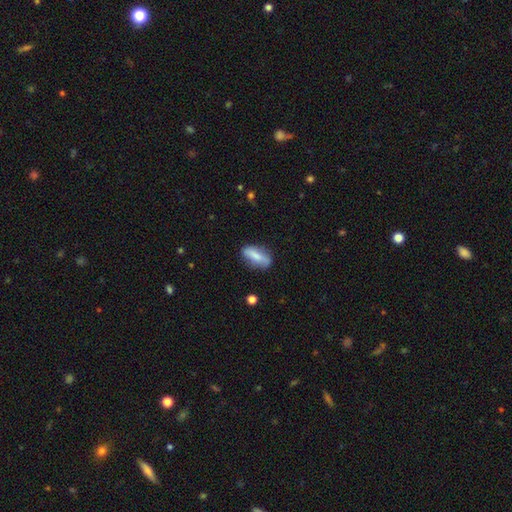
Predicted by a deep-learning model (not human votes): smooth 69%, featured or disk 24%, star or artifact 7%. Down the decision tree: how rounded — in between (67%); merging — none (74%).